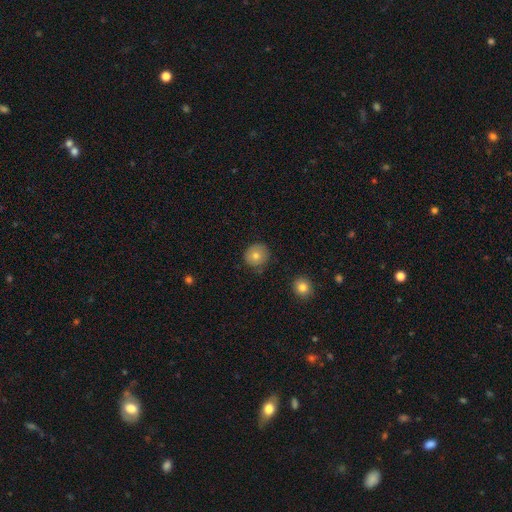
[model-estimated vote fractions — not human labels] A smooth galaxy with no disk features (76%) that is round (92%). Merging: none (83%).